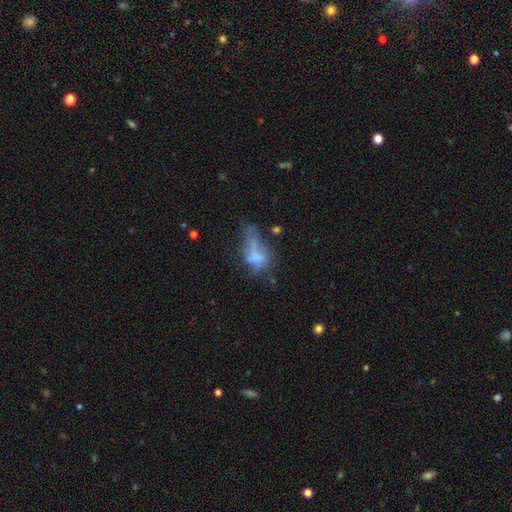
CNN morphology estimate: This is possibly a smooth galaxy (49%). Merging: marginally major disturbance (43%).